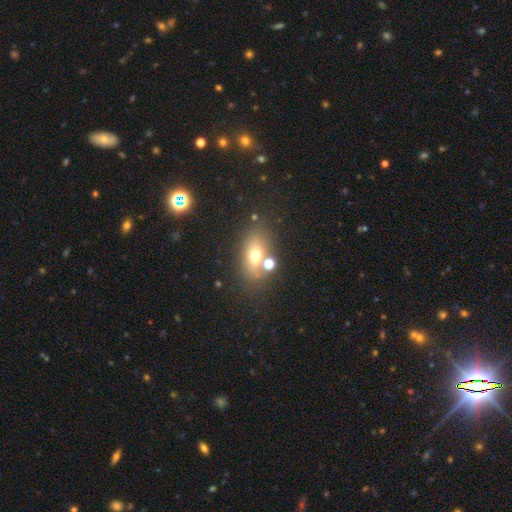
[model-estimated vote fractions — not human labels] Overall: smooth (62%; featured or disk 22%). How rounded: in between (68%). Merging: none (64%).